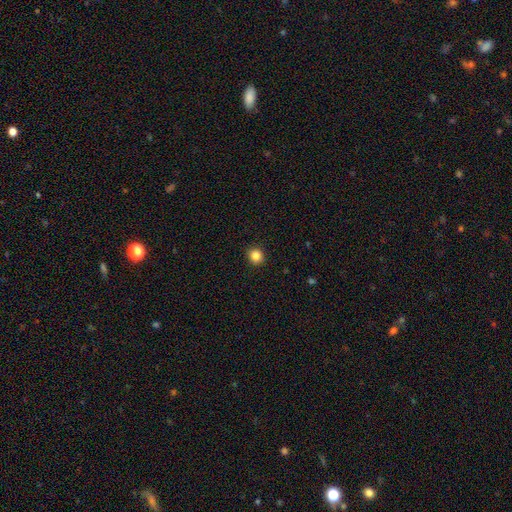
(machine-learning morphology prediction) Smooth or featured: smooth — 85% (star or artifact — 11%)
How rounded: round — 90% (in between — 9%)
Merging: none — 92% (minor disturbance — 5%)